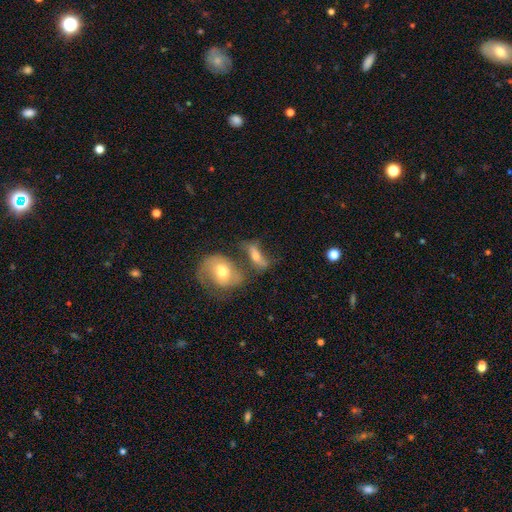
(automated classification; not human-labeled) smooth-or-featured: featured or disk: 48% | smooth: 42% | star or artifact: 10%
  merging: merger: 40% | none: 33% | minor disturbance: 15% | major disturbance: 13%